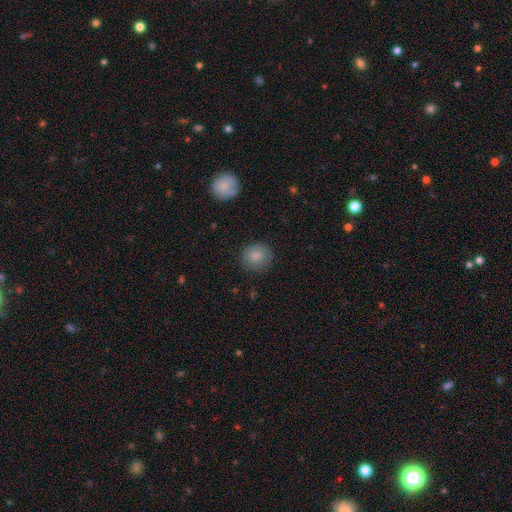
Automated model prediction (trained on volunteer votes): The model was most divided on "smooth or featured": smooth: 83%, star or artifact: 9%, featured or disk: 8%. More confident: how rounded — round (87%); merging — none (86%).